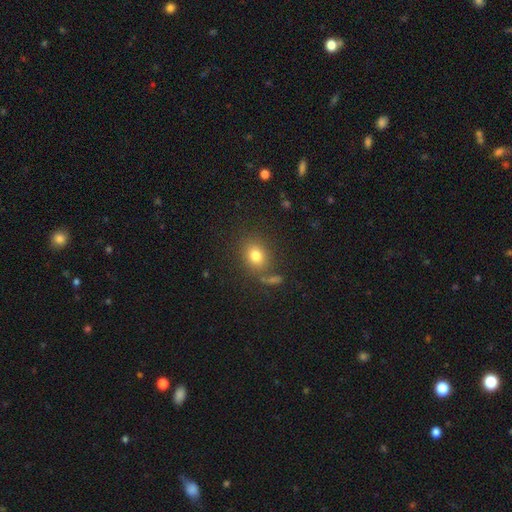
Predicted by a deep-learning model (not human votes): This appears to be a smooth galaxy with no disk features (79%) that is round (52%). Merging: none (76%).